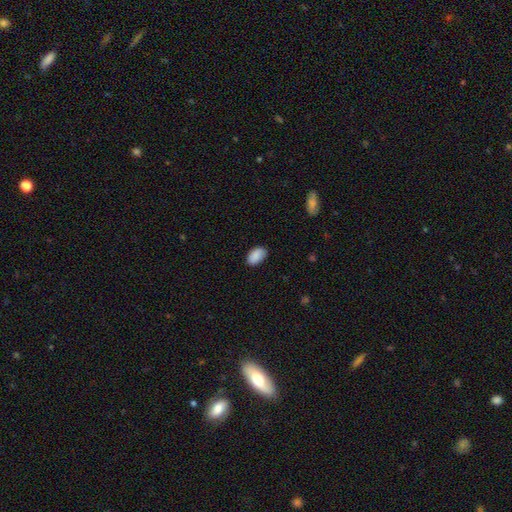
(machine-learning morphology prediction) A smooth galaxy with no disk features (88%) that is in between round and cigar-shaped (93%). Merging: none (83%).